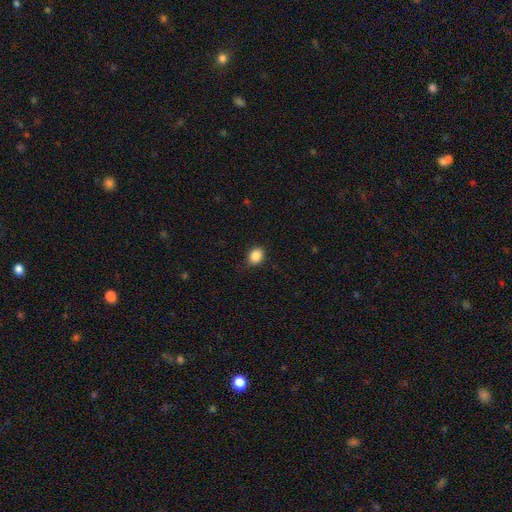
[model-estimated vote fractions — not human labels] smooth 87%, star or artifact 9%, featured or disk 3%. Down the decision tree: how rounded — in between (52%); merging — none (85%).